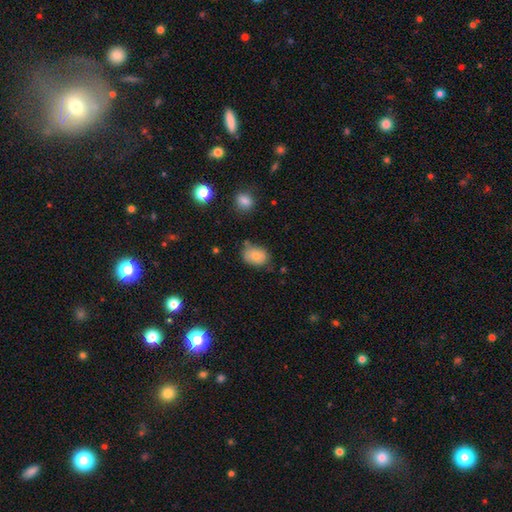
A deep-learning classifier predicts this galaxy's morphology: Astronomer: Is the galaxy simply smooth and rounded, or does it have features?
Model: smooth — 75%.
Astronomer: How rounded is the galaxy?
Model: in between — 66%.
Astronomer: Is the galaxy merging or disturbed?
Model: none — 61%.